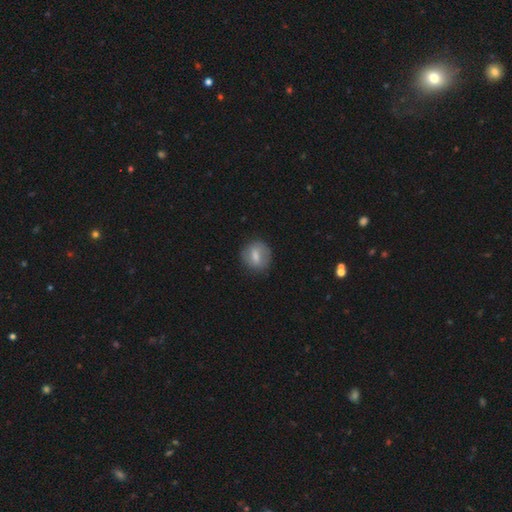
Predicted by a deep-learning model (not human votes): The model was most divided on "smooth or featured": smooth: 66%, featured or disk: 26%, star or artifact: 8%. More confident: merging — none (79%); how rounded — round (69%).